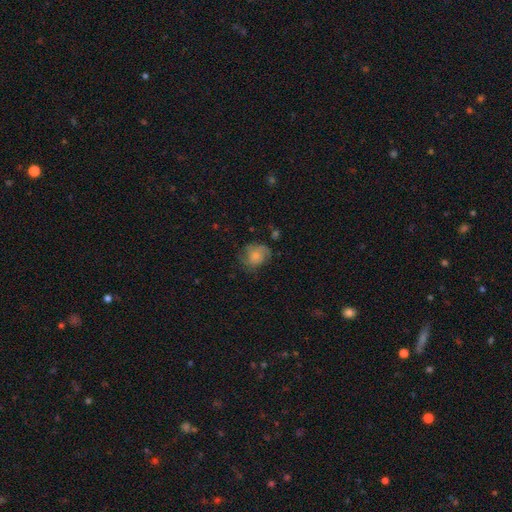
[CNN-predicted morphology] smooth_or_featured: smooth (p=0.61) [alt: featured or disk p=0.30]
how_rounded: round (p=0.64) [alt: in between p=0.36]
merging: none (p=0.55) [alt: minor disturbance p=0.27]